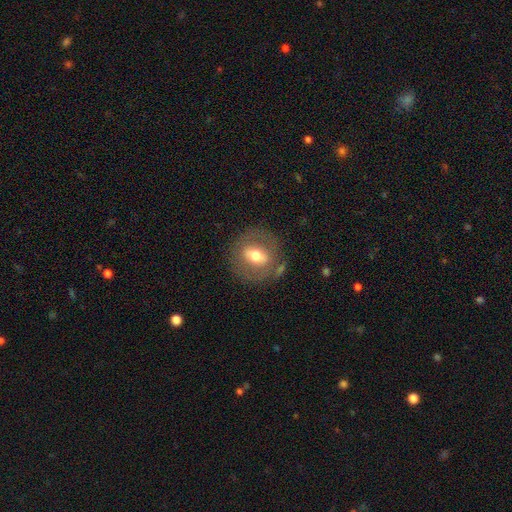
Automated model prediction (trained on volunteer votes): Q: Smooth or featured?
A: featured or disk (47%); runner-up: smooth (45%)
Q: Merging?
A: none (76%); runner-up: minor disturbance (13%)